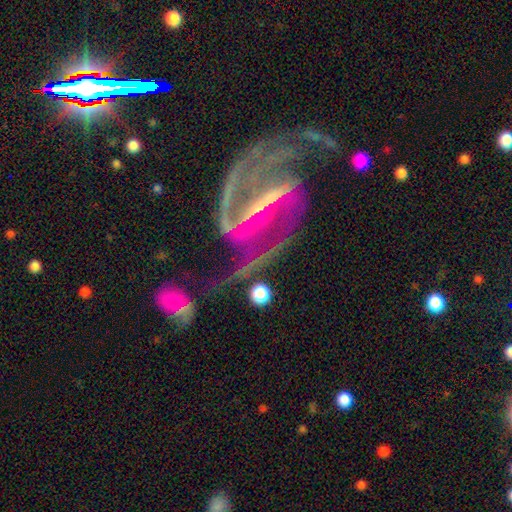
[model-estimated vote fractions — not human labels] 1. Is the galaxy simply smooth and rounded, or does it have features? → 92% featured or disk, 5% star or artifact, 3% smooth.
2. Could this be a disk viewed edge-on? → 97% no, 3% yes.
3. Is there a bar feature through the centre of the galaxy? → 76% strong, 18% weak, 6% no.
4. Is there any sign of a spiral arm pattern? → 98% yes, 2% no.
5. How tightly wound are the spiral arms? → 55% medium, 24% tight, 21% loose.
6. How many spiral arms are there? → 86% 2, 5% 3, 3% can't tell, 2% 1, 2% 4, 2% more than 4.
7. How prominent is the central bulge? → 76% small, 13% moderate, 8% none, 2% large, 1% dominant.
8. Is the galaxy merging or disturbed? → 53% none, 18% major disturbance, 18% minor disturbance, 10% merger.